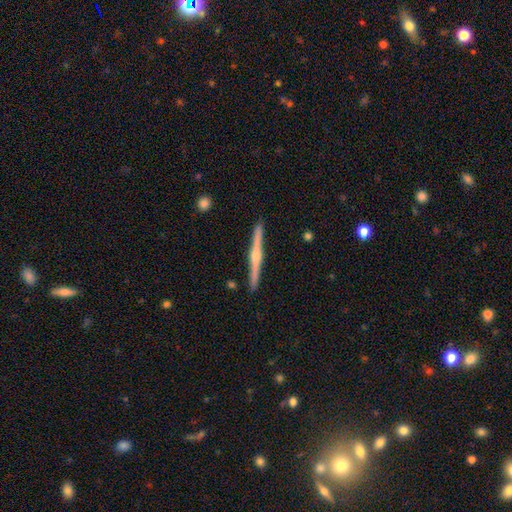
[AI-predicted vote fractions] Q: Smooth or featured?
A: featured or disk (76%); runner-up: smooth (18%)
Q: Edge-on disk?
A: yes (98%); runner-up: no (2%)
Q: Edge-on bulge?
A: rounded (82%); runner-up: none (12%)
Q: Merging?
A: none (90%); runner-up: minor disturbance (7%)